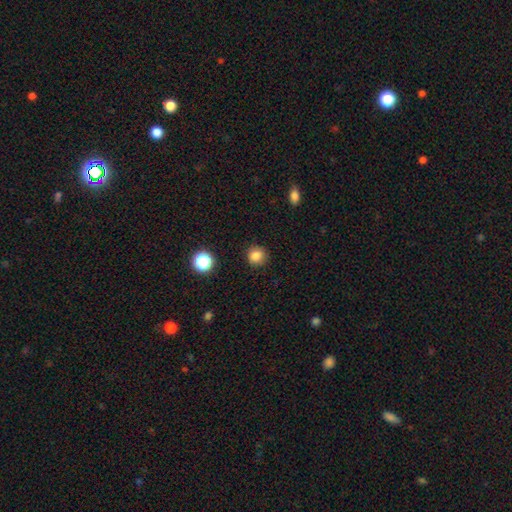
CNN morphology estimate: Smooth or featured? smooth (83%)
How rounded? round (90%)
Merging? none (89%)